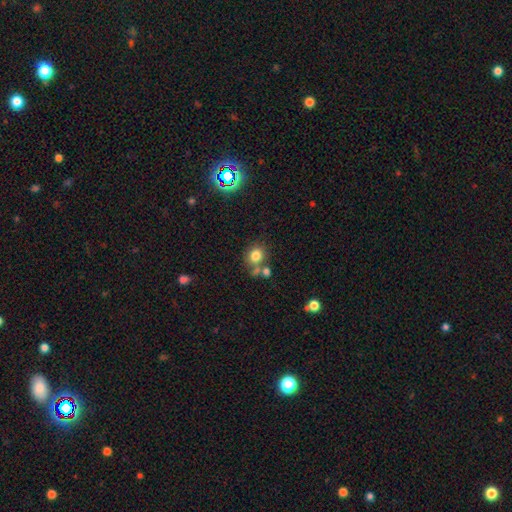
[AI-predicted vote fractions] smooth_or_featured: smooth (p=0.78) [alt: star or artifact p=0.13]
how_rounded: round (p=0.71) [alt: in between p=0.28]
merging: none (p=0.61) [alt: merger p=0.22]